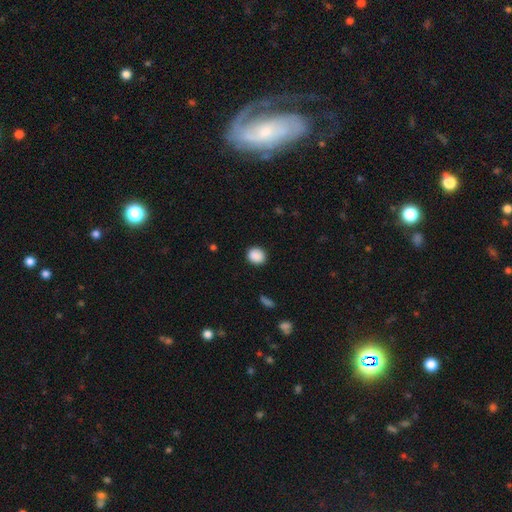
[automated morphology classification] Smooth or featured? smooth (89%)
How rounded? round (73%)
Merging? none (89%)